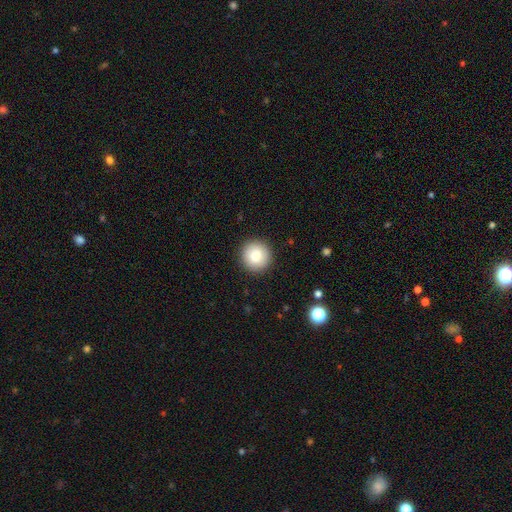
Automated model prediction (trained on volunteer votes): This appears to be a smooth galaxy with no disk features (83%) that is round (95%). Merging: none (92%).